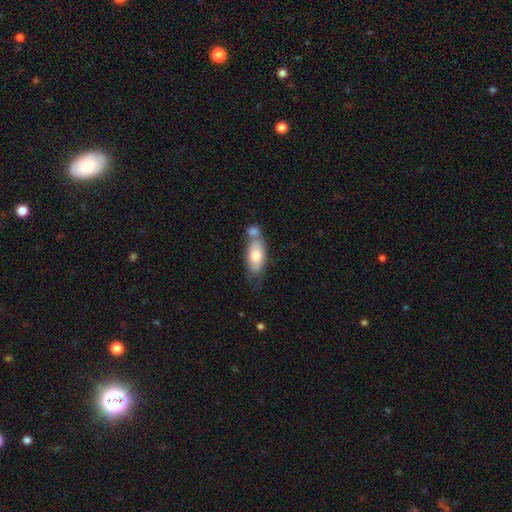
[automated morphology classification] Smooth or featured? Predicted: smooth (p=0.70). How rounded? Predicted: in between (p=0.86). Merging? Predicted: merger (p=0.41).